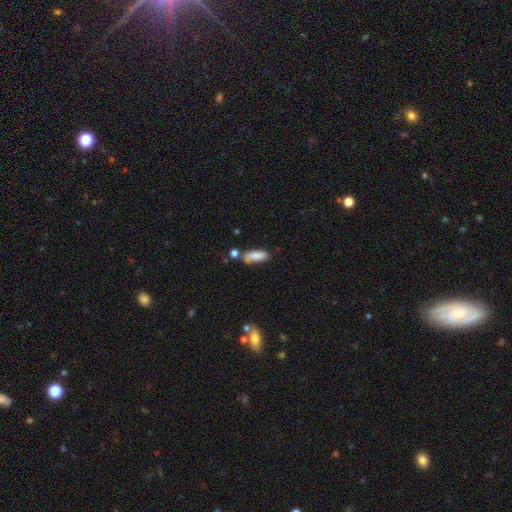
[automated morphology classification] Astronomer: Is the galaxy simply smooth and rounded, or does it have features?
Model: smooth — 81%.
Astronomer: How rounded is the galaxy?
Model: in between — 68%.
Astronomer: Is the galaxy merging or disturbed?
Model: none — 48% (runner-up: minor disturbance, 24%).